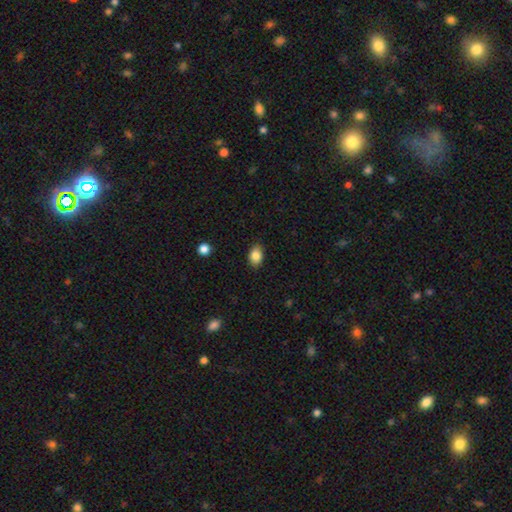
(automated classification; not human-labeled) Smooth or featured? smooth (85%)
How rounded? in between (80%)
Merging? none (87%)